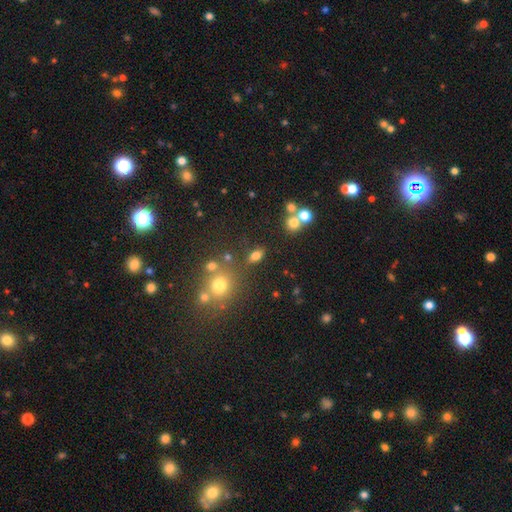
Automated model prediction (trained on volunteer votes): smooth-or-featured: smooth: 76% | star or artifact: 15% | featured or disk: 10%
  how-rounded: in between: 80% | round: 15% | cigar-shaped: 5%
  merging: none: 75% | minor disturbance: 12% | merger: 8% | major disturbance: 5%